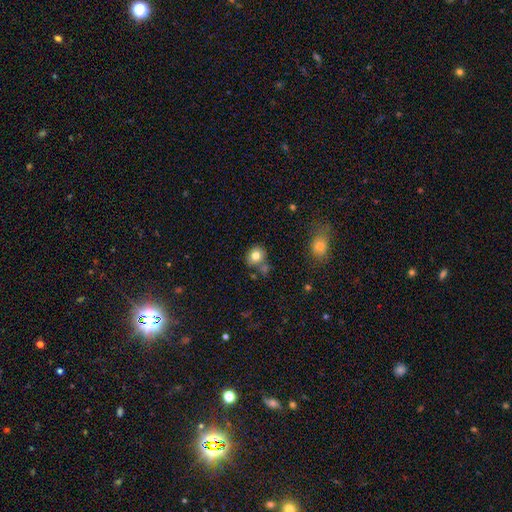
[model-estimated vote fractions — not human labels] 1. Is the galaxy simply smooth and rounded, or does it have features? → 81% smooth, 11% star or artifact, 9% featured or disk.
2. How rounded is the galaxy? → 72% round, 27% in between, 1% cigar-shaped.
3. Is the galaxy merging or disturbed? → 71% none, 14% minor disturbance, 11% merger, 4% major disturbance.